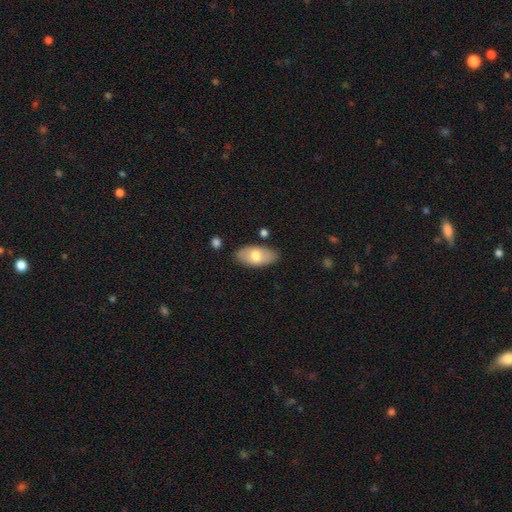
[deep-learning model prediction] smooth 71%, featured or disk 24%, star or artifact 6%. Down the decision tree: how rounded — in between (93%); merging — none (83%).